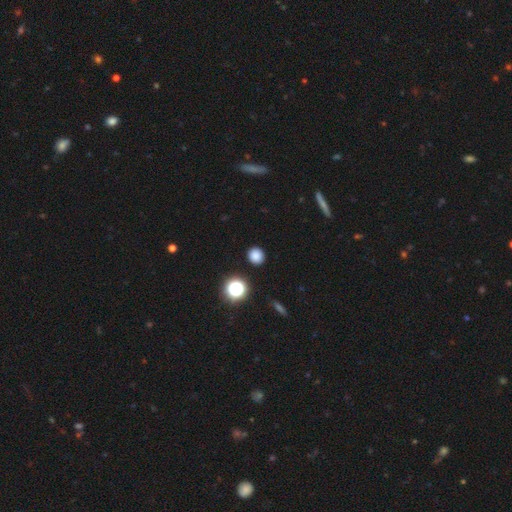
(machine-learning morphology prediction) Smooth or featured?
  - smooth: 81% *
  - star or artifact: 15%
  - featured or disk: 4%
How rounded?
  - round: 88% *
  - in between: 11%
  - cigar-shaped: 1%
Merging?
  - none: 91% *
  - minor disturbance: 6%
  - major disturbance: 2%
  - merger: 1%